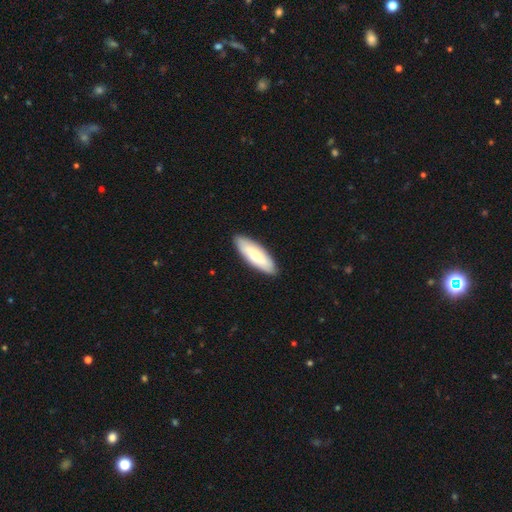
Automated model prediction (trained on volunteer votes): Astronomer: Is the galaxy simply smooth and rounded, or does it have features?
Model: smooth — 69%.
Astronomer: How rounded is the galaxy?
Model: in between — 56% (runner-up: cigar-shaped, 42%).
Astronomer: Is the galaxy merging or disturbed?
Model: none — 89%.